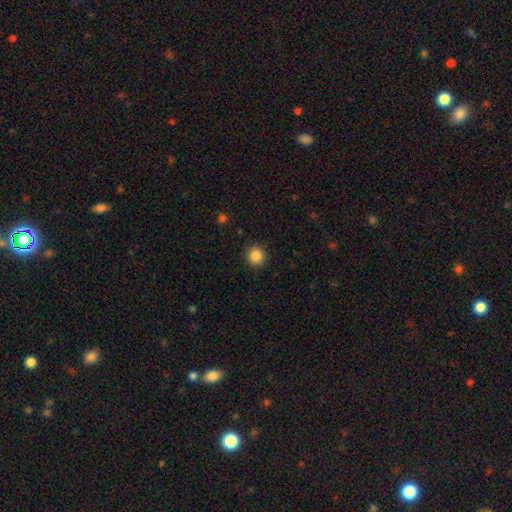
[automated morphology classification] type=smooth (86%); roundness=round (94%); merging=none (92%).